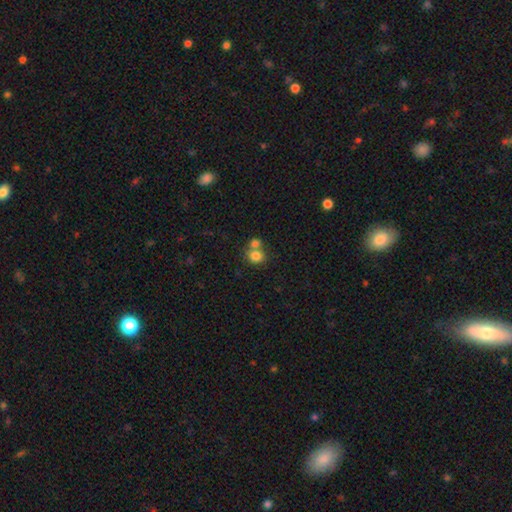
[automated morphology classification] Smooth or featured? smooth (80%)
How rounded? round (78%)
Merging? merger (46%)